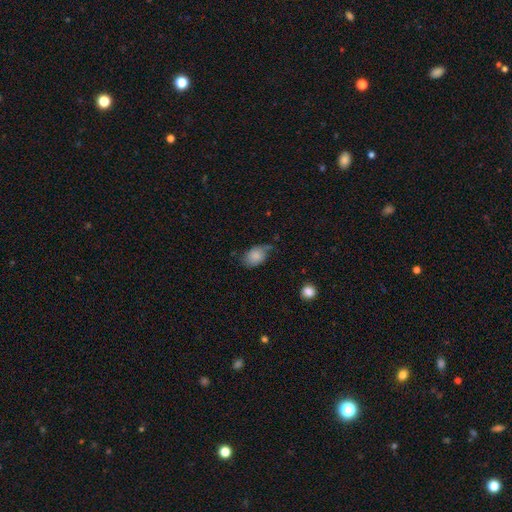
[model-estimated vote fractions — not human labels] Q: Smooth or featured?
A: smooth (79%); runner-up: featured or disk (13%)
Q: How rounded?
A: in between (78%); runner-up: round (21%)
Q: Merging?
A: none (51%); runner-up: minor disturbance (35%)